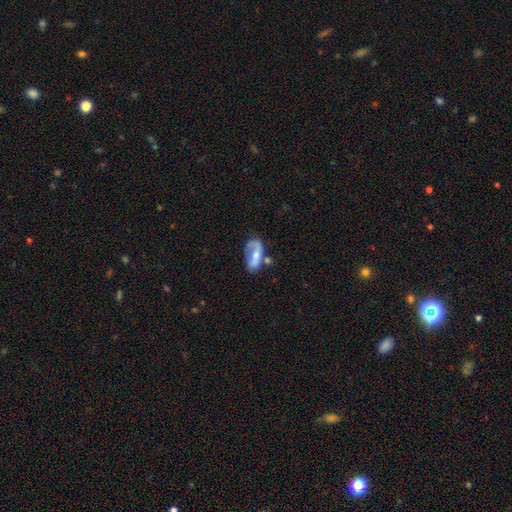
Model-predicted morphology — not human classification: type=featured or disk (53%); edge-on=no (92%); merging=none (36%).